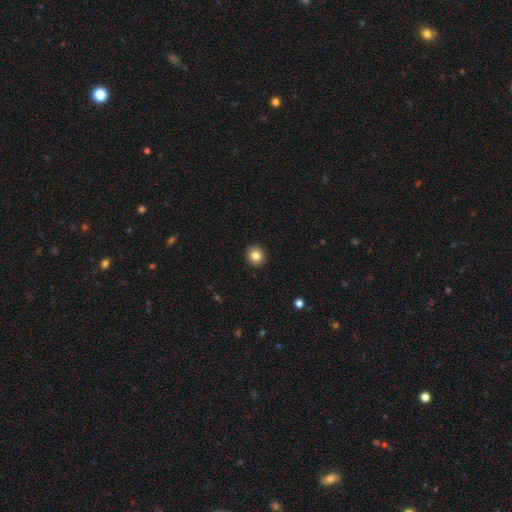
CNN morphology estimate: The model was most divided on "smooth or featured": smooth: 83%, star or artifact: 10%, featured or disk: 7%. More confident: merging — none (92%); how rounded — round (90%).